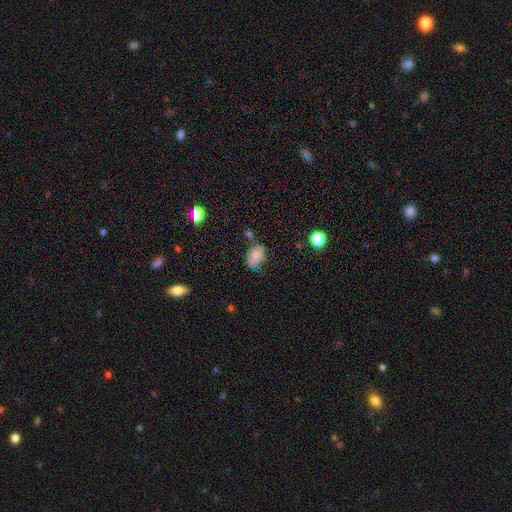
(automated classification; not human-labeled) Overall: smooth (67%). How rounded: in between (74%). Merging: none (55%; minor disturbance 30%).